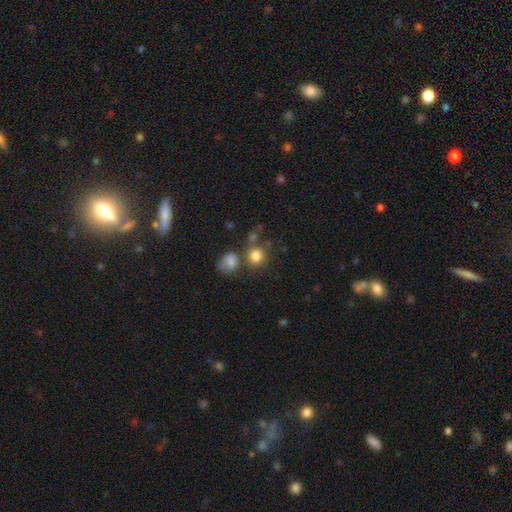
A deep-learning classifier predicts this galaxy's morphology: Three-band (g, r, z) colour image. It shows a smooth galaxy with no disk features (81%) that is round (83%). Merging: none (62%).